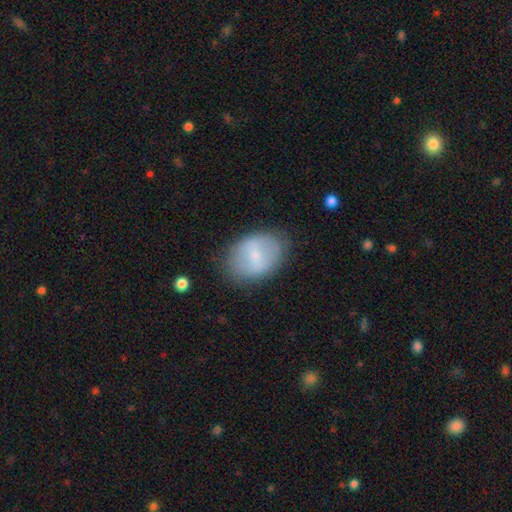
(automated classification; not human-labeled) This appears to be a smooth galaxy with no disk features (56%) that is in between round and cigar-shaped (73%). Merging: none (77%).